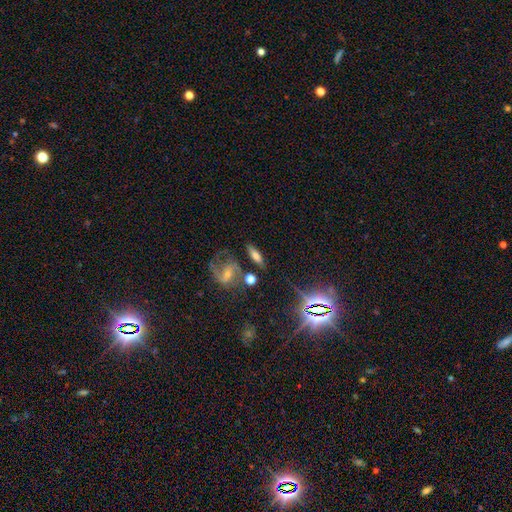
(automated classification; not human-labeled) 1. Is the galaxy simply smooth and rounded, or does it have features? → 57% smooth, 30% featured or disk, 13% star or artifact.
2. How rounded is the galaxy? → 53% in between, 39% cigar-shaped, 7% round.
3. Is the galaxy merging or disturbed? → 69% none, 15% minor disturbance, 9% merger, 7% major disturbance.